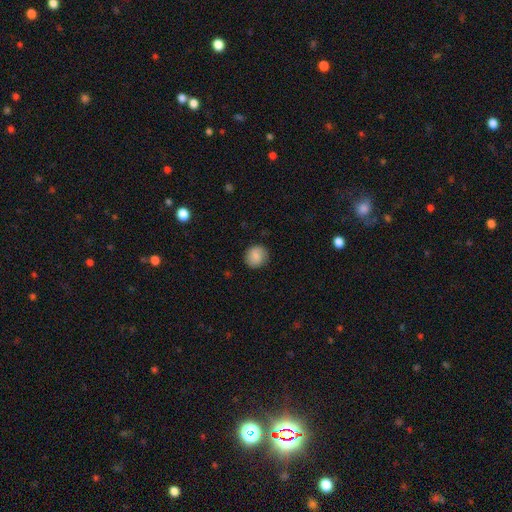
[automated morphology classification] type=smooth (81%); roundness=round (88%); merging=none (84%).